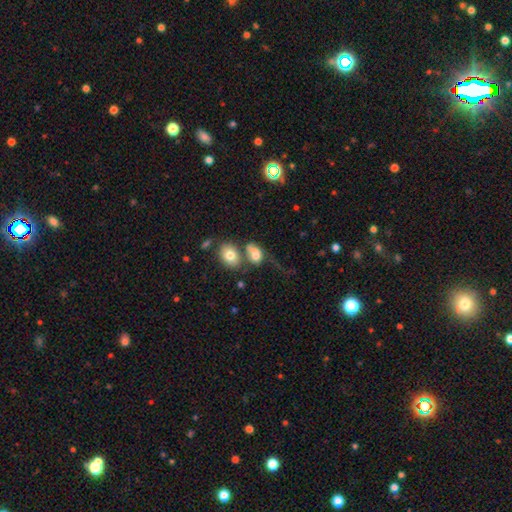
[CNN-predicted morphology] smooth_or_featured: smooth (p=0.70) [alt: featured or disk p=0.19]
how_rounded: in between (p=0.75) [alt: round p=0.23]
merging: merger (p=0.42) [alt: none p=0.23]